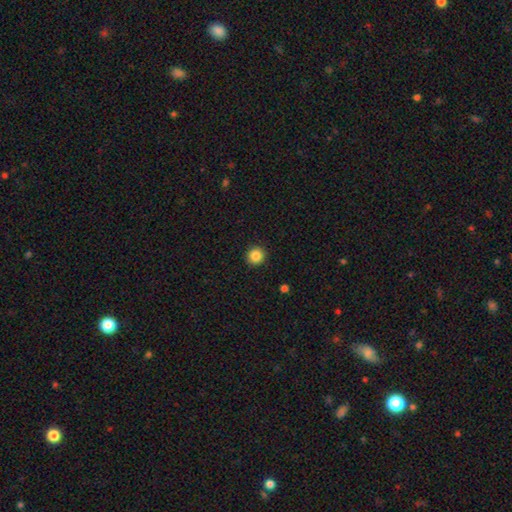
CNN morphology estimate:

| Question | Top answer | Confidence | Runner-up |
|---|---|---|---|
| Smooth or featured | smooth | 87% | star or artifact (10%) |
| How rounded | round | 93% | in between (6%) |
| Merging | none | 92% | minor disturbance (5%) |